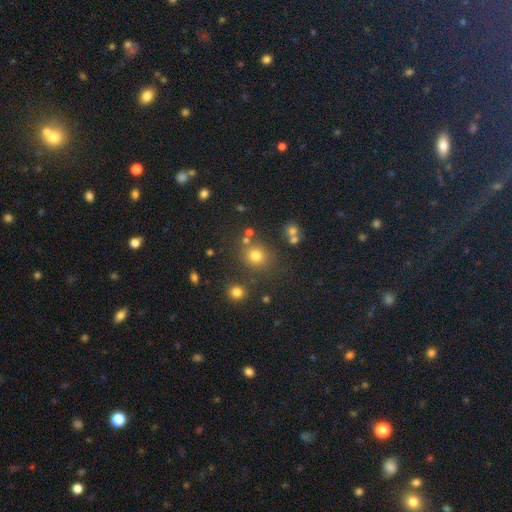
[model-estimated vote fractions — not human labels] This is likely a smooth galaxy (73%). How rounded: clearly round (84%). Merging: likely none (75%).